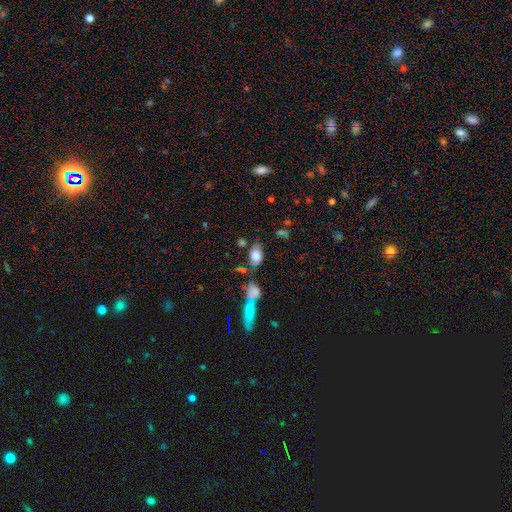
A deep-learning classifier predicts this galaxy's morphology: smooth-or-featured: smooth: 76% | featured or disk: 16% | star or artifact: 9%
  how-rounded: in between: 87% | round: 10% | cigar-shaped: 3%
  merging: none: 62% | minor disturbance: 18% | merger: 13% | major disturbance: 7%